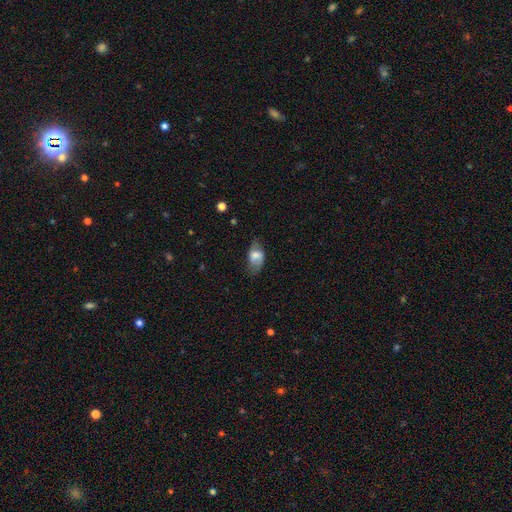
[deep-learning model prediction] The model was most divided on "smooth or featured": smooth: 58%, featured or disk: 34%, star or artifact: 8%. More confident: how rounded — in between (88%); merging — none (59%).